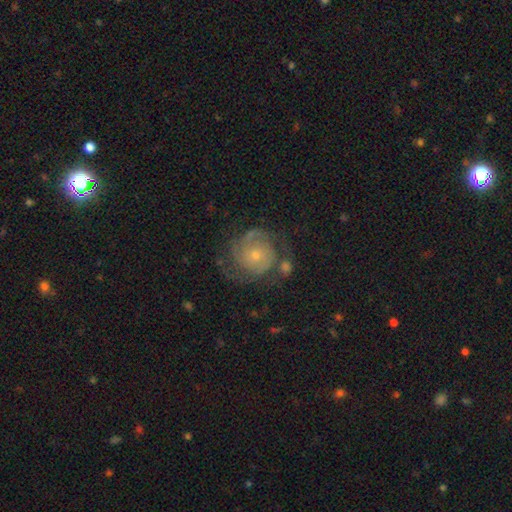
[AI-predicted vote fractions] The model was most divided on "spiral winding": tight: 55%, medium: 33%, loose: 12%. Remaining: edge-on disk — no (98%); spiral arms — yes (90%); bar — no (80%); smooth or featured — featured or disk (74%); bulge size — small (63%); merging — none (57%); spiral arm count — 2 (49%).